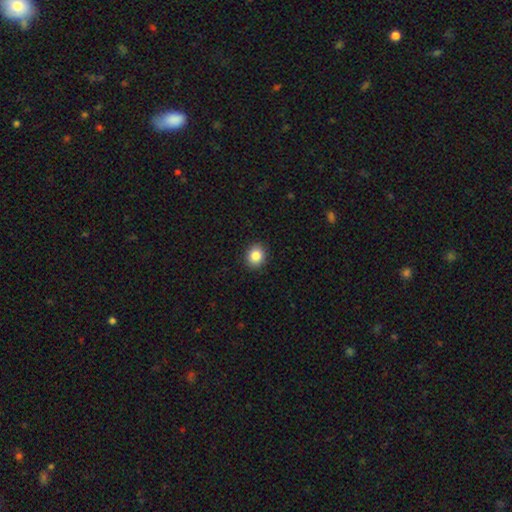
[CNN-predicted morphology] Q: Smooth or featured?
A: smooth (86%); runner-up: star or artifact (9%)
Q: How rounded?
A: round (69%); runner-up: in between (30%)
Q: Merging?
A: none (91%); runner-up: minor disturbance (6%)